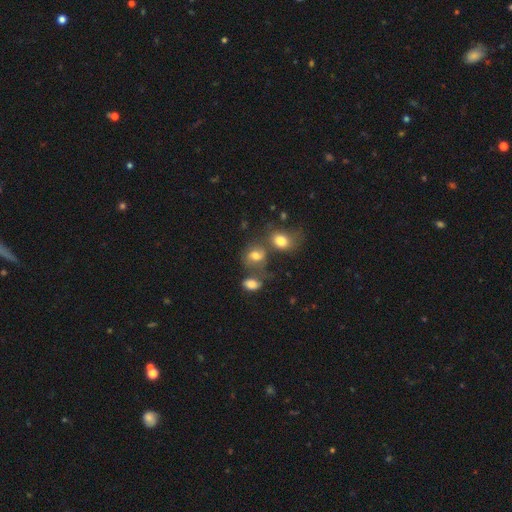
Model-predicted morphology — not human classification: type=smooth (70%); roundness=in between (53%); merging=none (41%).